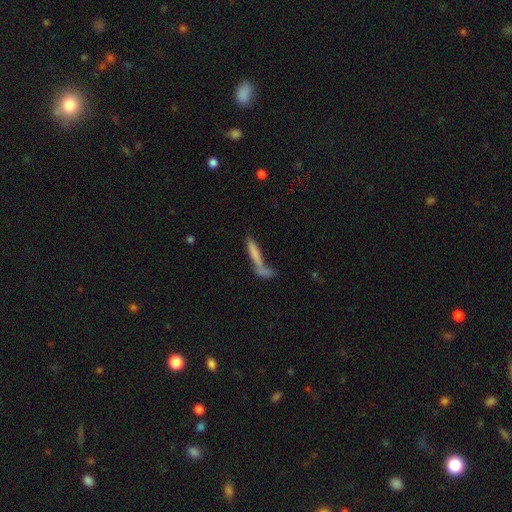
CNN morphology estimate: The model was most divided on "merging": none: 39%, merger: 36%, minor disturbance: 13%, major disturbance: 12%. More confident: how rounded — cigar-shaped (89%); smooth or featured — smooth (63%).